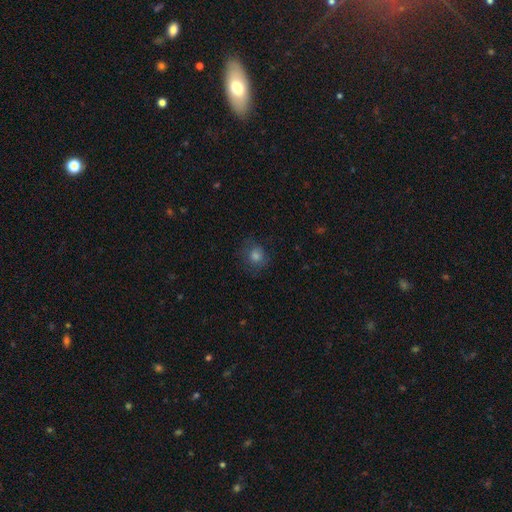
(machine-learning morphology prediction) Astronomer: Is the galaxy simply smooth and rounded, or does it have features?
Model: smooth — 68%.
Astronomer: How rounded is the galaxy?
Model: round — 80%.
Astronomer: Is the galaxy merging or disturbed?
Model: none — 76%.